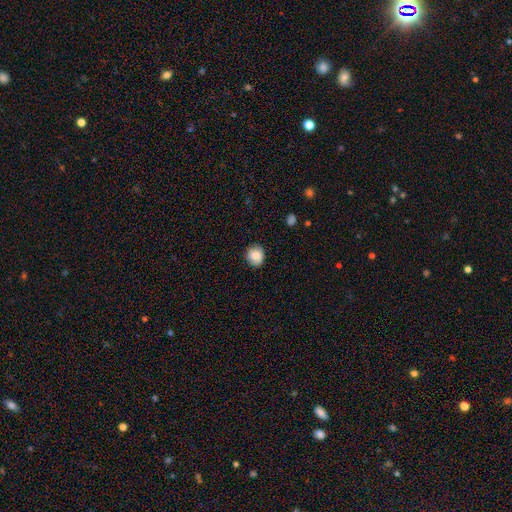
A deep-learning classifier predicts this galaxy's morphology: Smooth or featured? Predicted: smooth (p=0.86). How rounded? Predicted: round (p=0.80). Merging? Predicted: none (p=0.82).